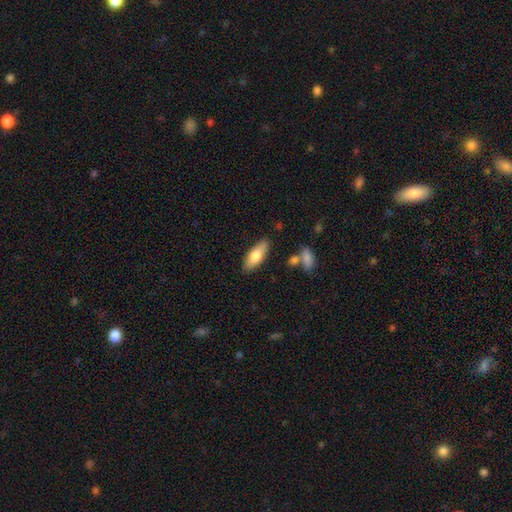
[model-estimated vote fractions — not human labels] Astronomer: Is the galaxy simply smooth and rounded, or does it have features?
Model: smooth — 74%.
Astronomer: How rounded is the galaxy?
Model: in between — 69%.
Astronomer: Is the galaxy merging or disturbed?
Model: none — 83%.